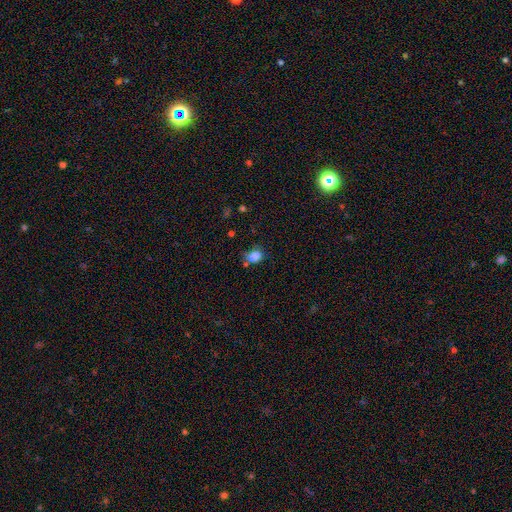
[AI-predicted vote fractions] Smooth or featured? Predicted: smooth (p=0.83). How rounded? Predicted: in between (p=0.65). Merging? Predicted: none (p=0.61).